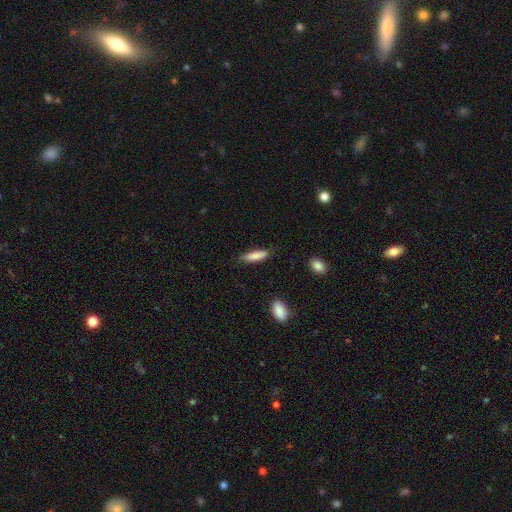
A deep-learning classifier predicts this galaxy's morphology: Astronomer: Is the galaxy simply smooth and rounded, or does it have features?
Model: smooth — 86%.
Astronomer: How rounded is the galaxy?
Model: cigar-shaped — 69%.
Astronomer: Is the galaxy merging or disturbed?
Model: none — 84%.